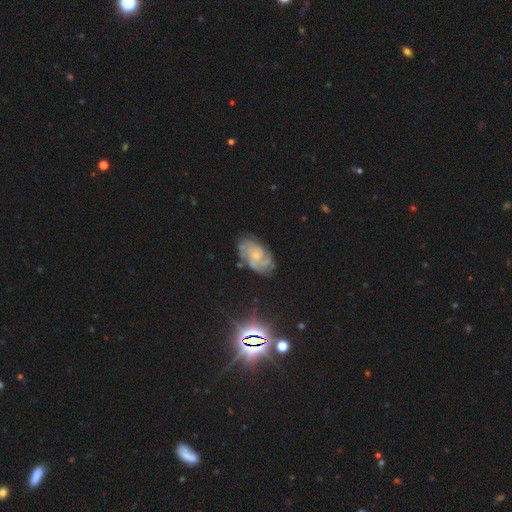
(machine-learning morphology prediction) This appears to be a featured or disk galaxy (73%) with no bar (73%), tight (56%) spiral arms (92%) and a small central bulge (64%). Merging: none (72%).